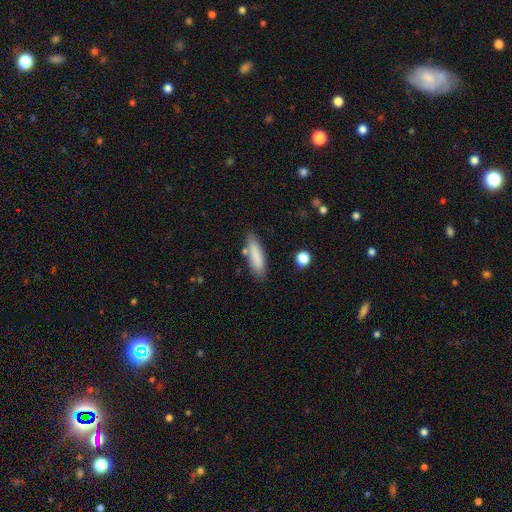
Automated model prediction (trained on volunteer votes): This is clearly a smooth galaxy (84%). How rounded: likely cigar-shaped (63%). Merging: likely none (79%).